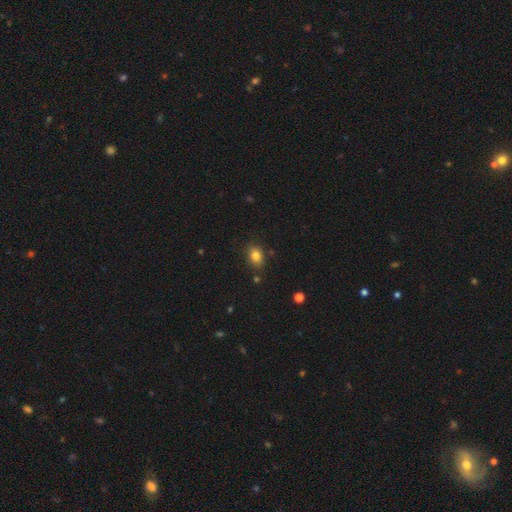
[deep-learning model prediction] This is clearly a smooth galaxy (82%). How rounded: likely in between (67%). Merging: clearly none (82%).